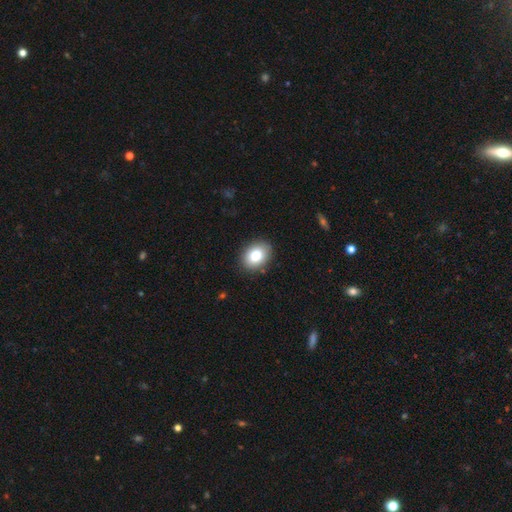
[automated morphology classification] This appears to be a smooth galaxy with no disk features (85%) that is in between round and cigar-shaped (73%). Merging: none (87%).